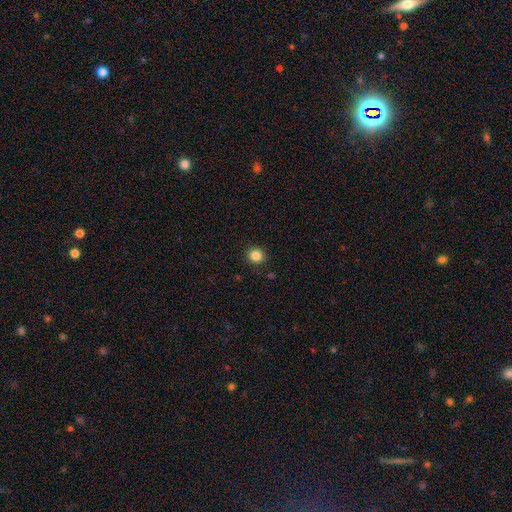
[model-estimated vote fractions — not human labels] This is clearly a smooth galaxy (85%). How rounded: clearly round (89%). Merging: clearly none (91%).